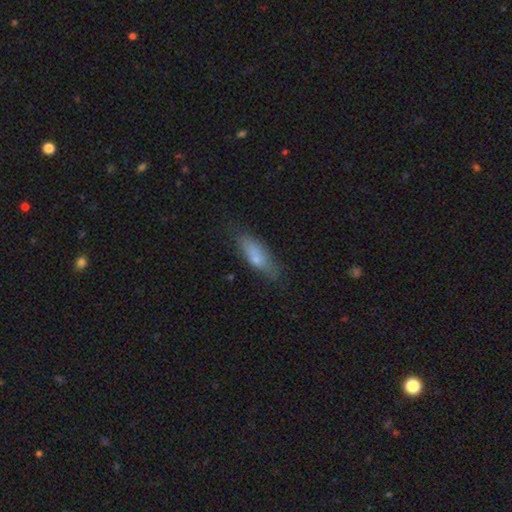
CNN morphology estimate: A smooth galaxy with no disk features (74%) that is in between round and cigar-shaped (61%). Merging: none (68%).